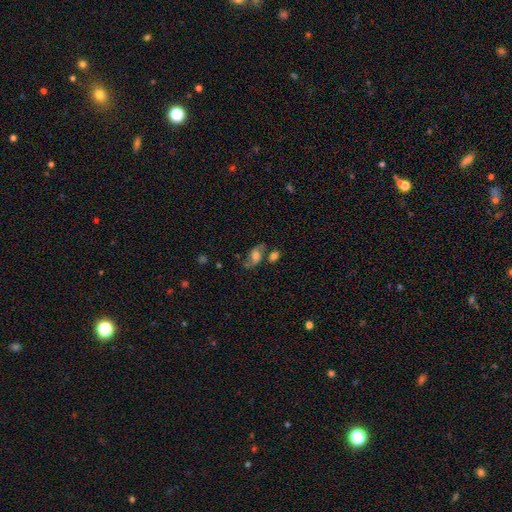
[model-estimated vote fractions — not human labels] Morphology: type=featured or disk (55%); edge-on=no (94%); bar=no (58%); spiral arms=yes (83%); bulge=moderate (47%); merging=none (57%).